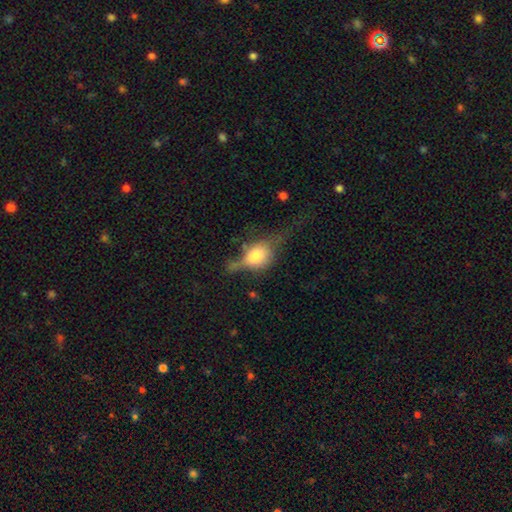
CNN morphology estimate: smooth-or-featured: smooth: 57% | featured or disk: 33% | star or artifact: 10%
  how-rounded: in between: 60% | round: 35% | cigar-shaped: 5%
  merging: major disturbance: 38% | none: 29% | minor disturbance: 26% | merger: 7%